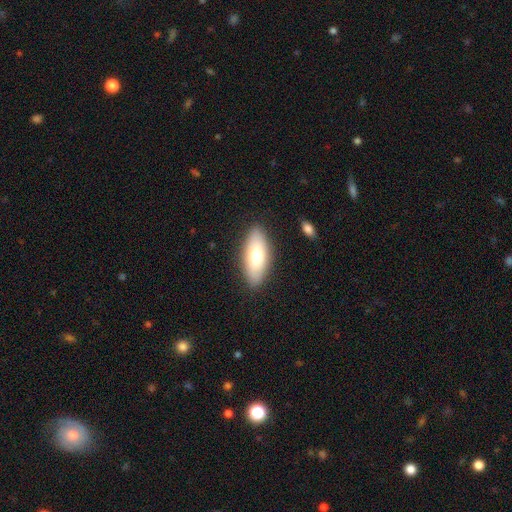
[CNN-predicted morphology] smooth_or_featured: smooth (p=0.71) [alt: featured or disk p=0.22]
how_rounded: in between (p=0.80) [alt: cigar-shaped p=0.18]
merging: none (p=0.87) [alt: minor disturbance p=0.09]